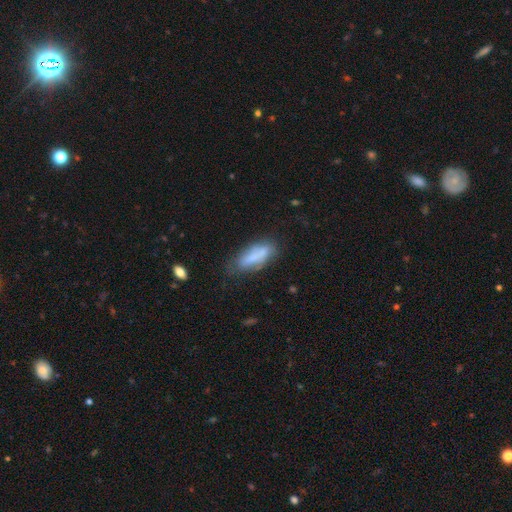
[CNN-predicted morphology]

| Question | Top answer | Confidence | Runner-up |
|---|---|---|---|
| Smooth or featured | smooth | 64% | featured or disk (27%) |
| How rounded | in between | 64% | cigar-shaped (34%) |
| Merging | none | 58% | minor disturbance (25%) |